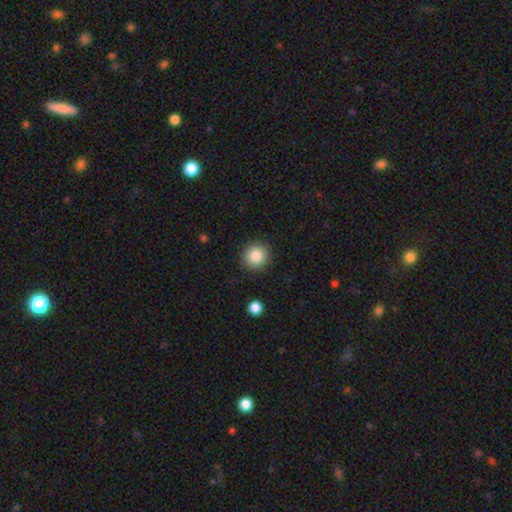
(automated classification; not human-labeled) This appears to be a smooth galaxy with no disk features (86%) that is round (92%). Merging: none (89%).